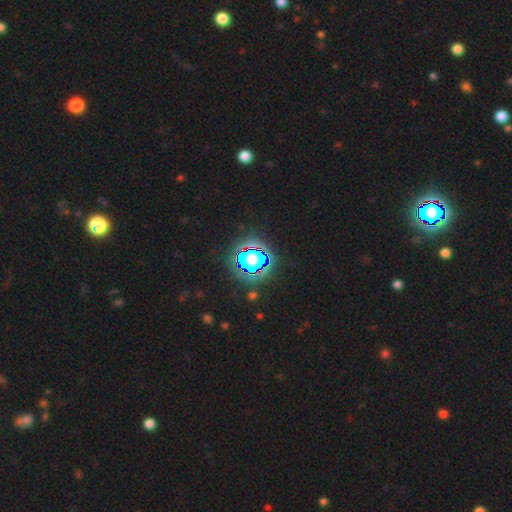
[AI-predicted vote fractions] Morphology: type=star or artifact (82%).